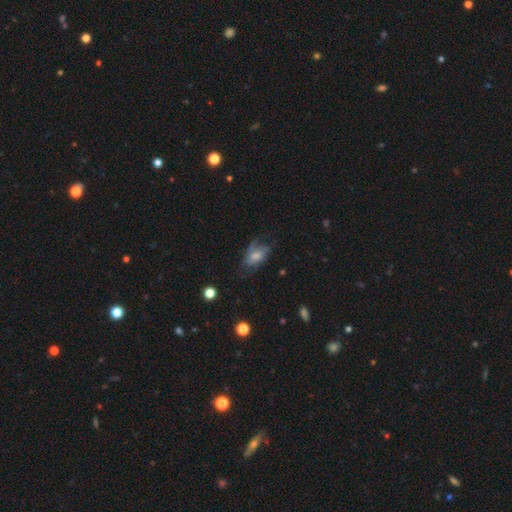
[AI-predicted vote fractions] featured or disk 52%, smooth 39%, star or artifact 9%. Down the decision tree: edge-on disk — no (94%); merging — none (45%).